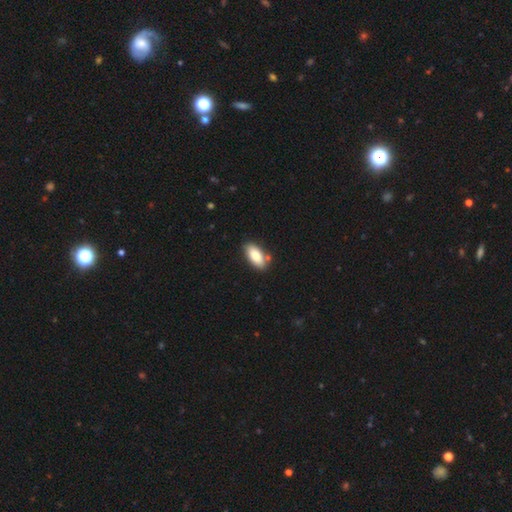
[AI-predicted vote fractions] Smooth or featured? smooth (84%)
How rounded? in between (88%)
Merging? none (78%)